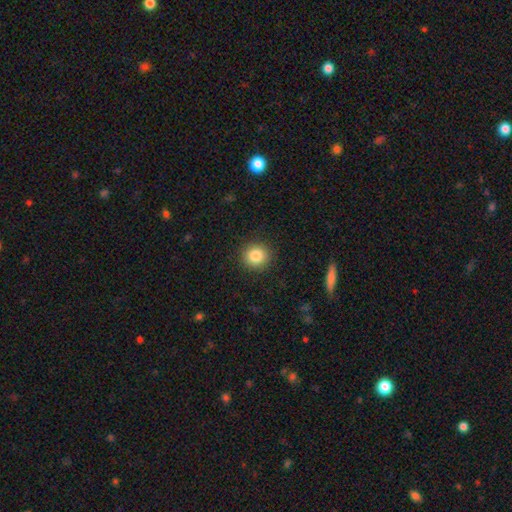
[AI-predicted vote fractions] Smooth or featured? Predicted: smooth (p=0.84). How rounded? Predicted: round (p=0.91). Merging? Predicted: none (p=0.91).